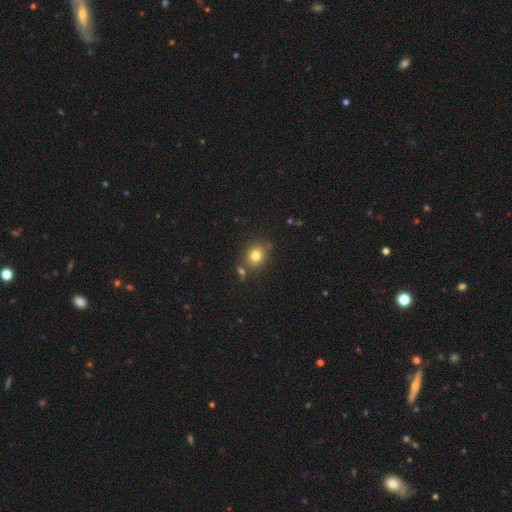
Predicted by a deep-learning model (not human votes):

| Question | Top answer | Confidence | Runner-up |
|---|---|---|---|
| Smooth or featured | smooth | 79% | star or artifact (13%) |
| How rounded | round | 68% | in between (31%) |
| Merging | none | 75% | minor disturbance (12%) |